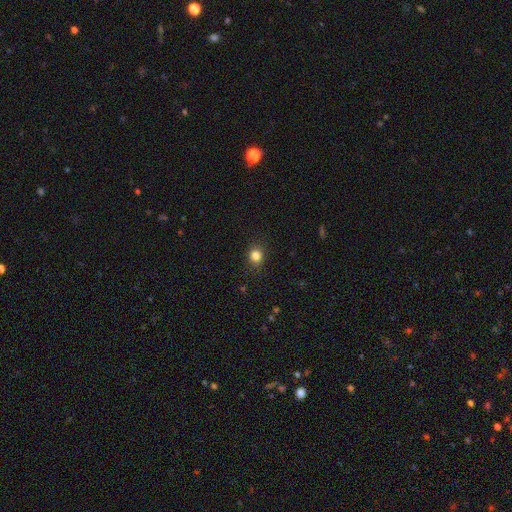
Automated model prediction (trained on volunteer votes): Morphology: type=smooth (83%); roundness=round (76%); merging=none (88%).